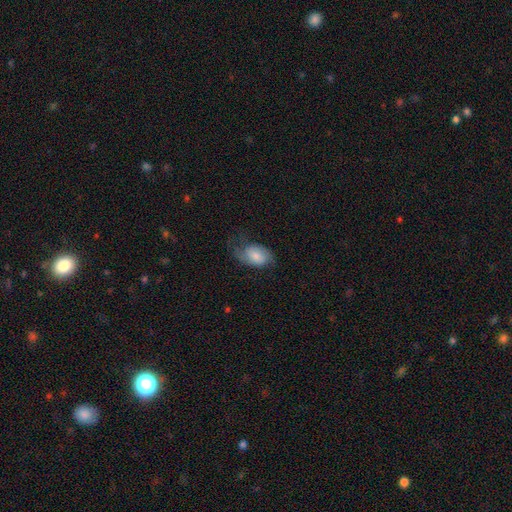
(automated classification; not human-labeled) Overall: smooth (60%; featured or disk 33%). How rounded: in between (86%). Merging: none (43%; minor disturbance 30%).